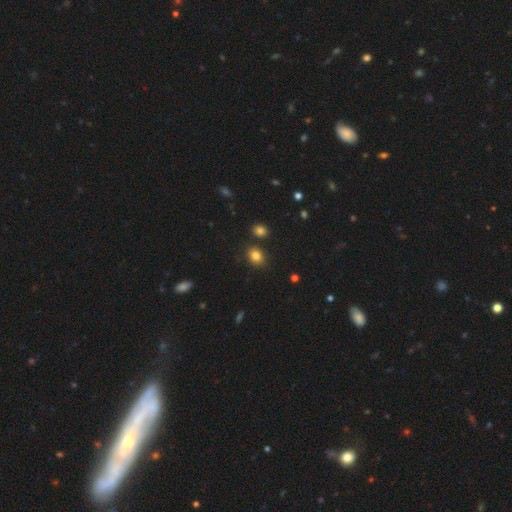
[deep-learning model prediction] smooth 83%, star or artifact 11%, featured or disk 6%. Down the decision tree: how rounded — in between (50%); merging — none (83%).